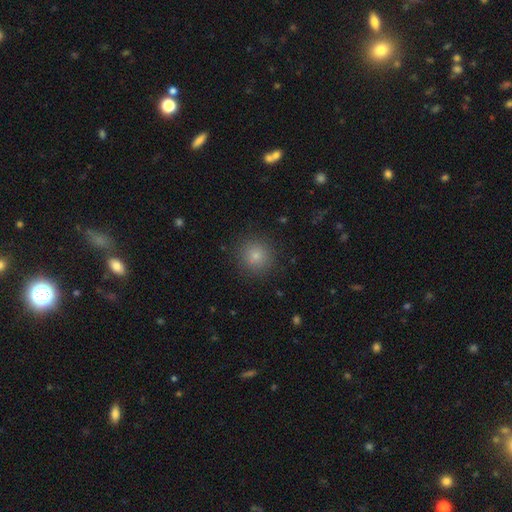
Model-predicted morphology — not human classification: Smooth or featured? Predicted: smooth (p=0.79). How rounded? Predicted: round (p=0.94). Merging? Predicted: none (p=0.89).